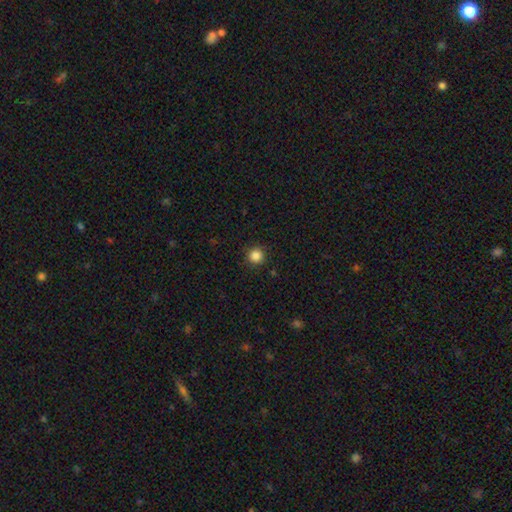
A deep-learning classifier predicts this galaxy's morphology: smooth-or-featured: smooth: 85% | star or artifact: 12% | featured or disk: 3%
  how-rounded: round: 96% | in between: 3% | cigar-shaped: 1%
  merging: none: 92% | minor disturbance: 5% | major disturbance: 2% | merger: 1%